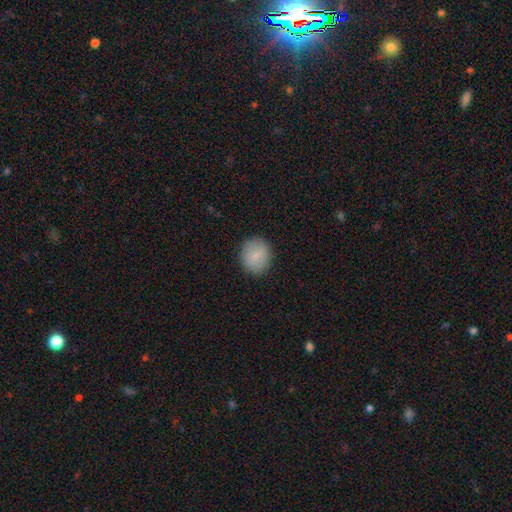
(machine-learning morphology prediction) The model was most divided on "how rounded": round: 75%, in between: 24%, cigar-shaped: 1%. More confident: merging — none (87%); smooth or featured — smooth (79%).